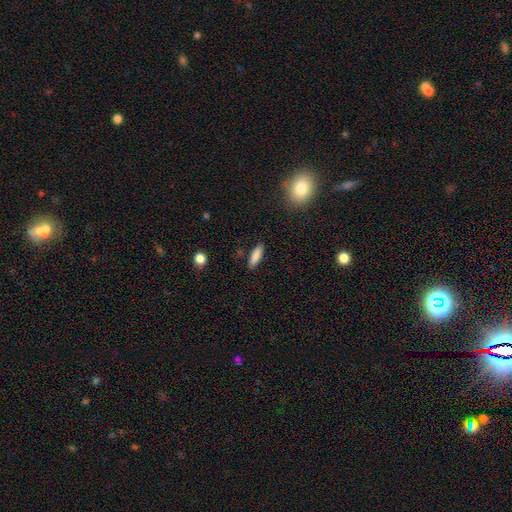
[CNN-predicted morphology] A smooth galaxy with no disk features (86%) that is cigar-shaped (55%). Merging: none (87%).